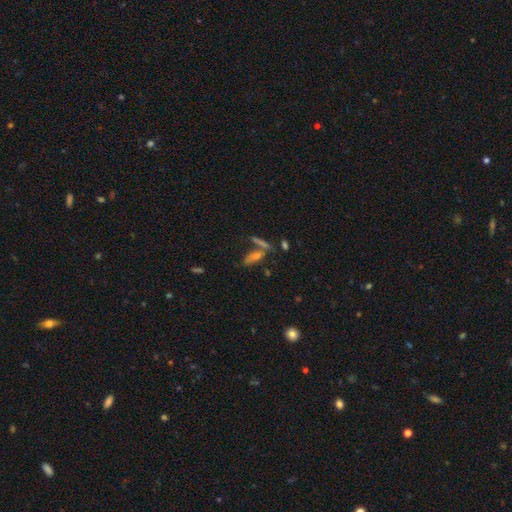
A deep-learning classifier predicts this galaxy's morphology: Smooth or featured? Predicted: smooth (p=0.42). Merging? Predicted: none (p=0.48).